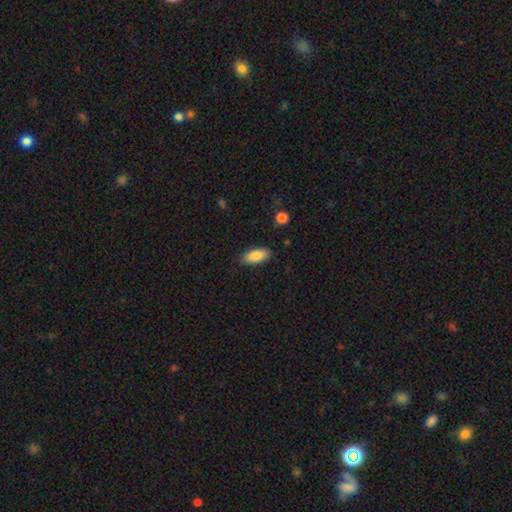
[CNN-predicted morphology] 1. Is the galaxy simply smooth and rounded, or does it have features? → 85% smooth, 8% featured or disk, 7% star or artifact.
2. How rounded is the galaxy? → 85% in between, 13% cigar-shaped, 2% round.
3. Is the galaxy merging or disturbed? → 86% none, 11% minor disturbance, 2% major disturbance, 1% merger.